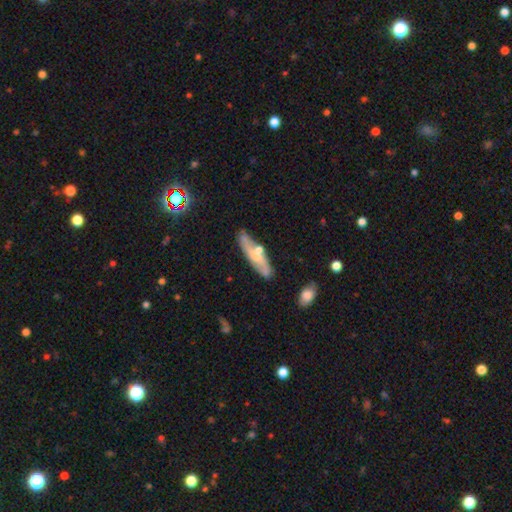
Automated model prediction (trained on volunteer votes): A featured or disk galaxy (53%). Merging: none (68%).